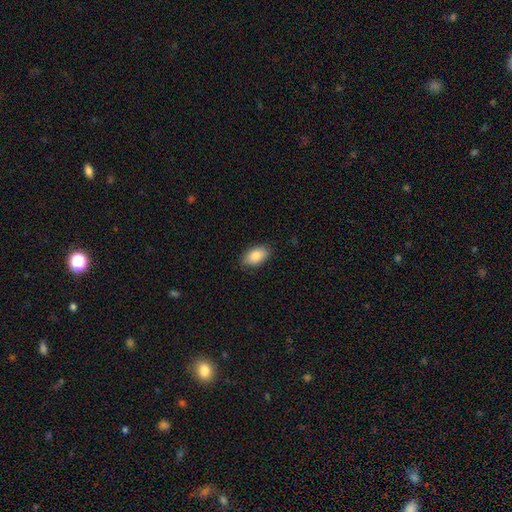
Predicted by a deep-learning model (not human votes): smooth_or_featured: smooth (p=0.85) [alt: featured or disk p=0.08]
how_rounded: in between (p=0.92) [alt: round p=0.05]
merging: none (p=0.84) [alt: minor disturbance p=0.13]